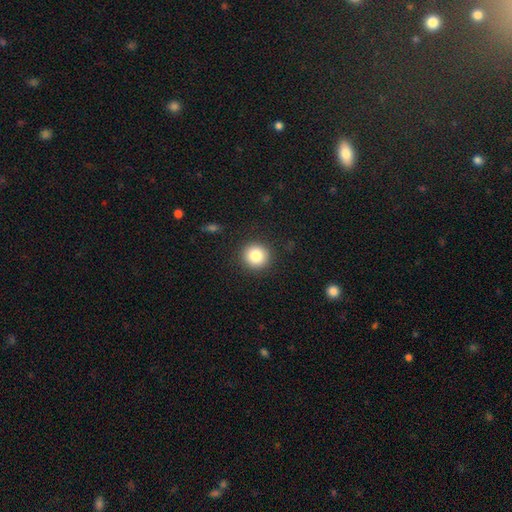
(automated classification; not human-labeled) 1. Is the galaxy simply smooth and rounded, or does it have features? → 84% smooth, 10% star or artifact, 7% featured or disk.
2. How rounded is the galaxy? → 94% round, 5% in between, 1% cigar-shaped.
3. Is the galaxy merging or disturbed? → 91% none, 6% minor disturbance, 2% major disturbance, 1% merger.